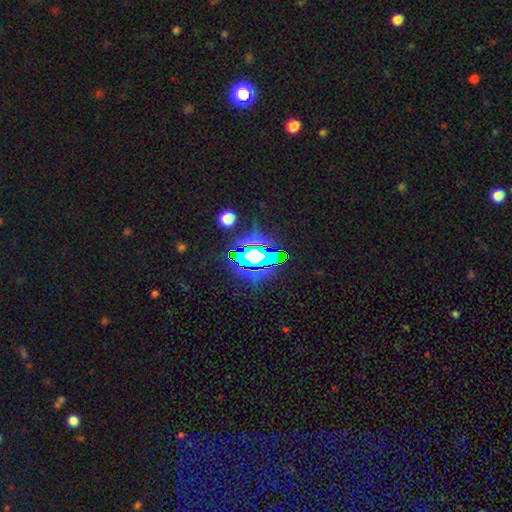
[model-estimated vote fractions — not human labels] A star or artifact, not a galaxy (64%).

Vote fractions:
- Smooth or featured? star or artifact: 64% / smooth: 21% / featured or disk: 15%